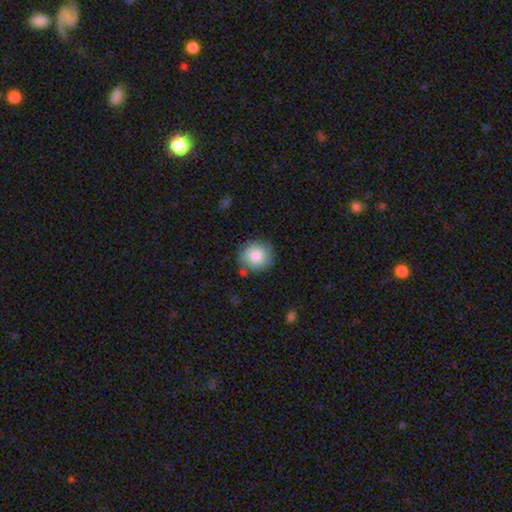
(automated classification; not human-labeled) Smooth or featured? Predicted: smooth (p=0.84). How rounded? Predicted: round (p=0.90). Merging? Predicted: none (p=0.81).